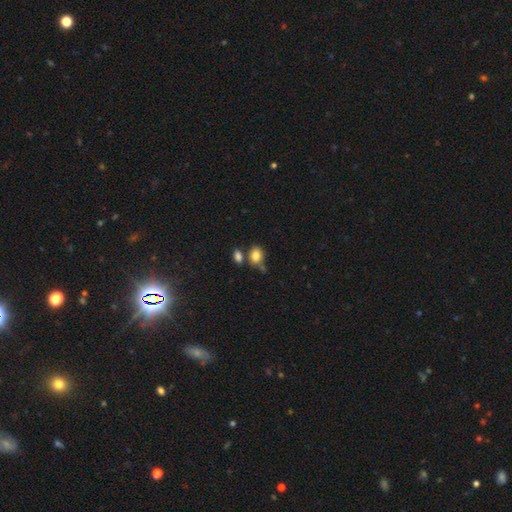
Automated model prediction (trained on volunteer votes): Morphology: type=smooth (82%); roundness=in between (64%); merging=none (52%).